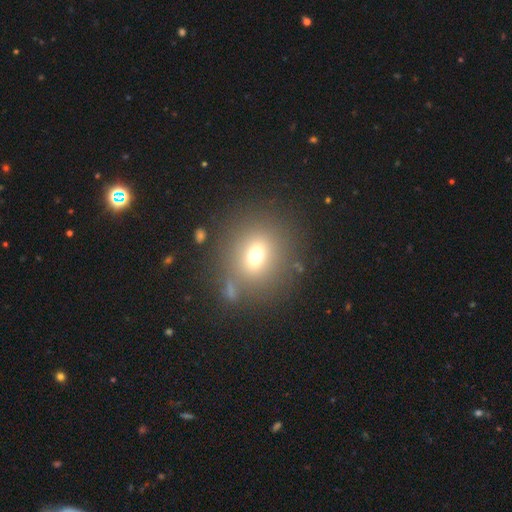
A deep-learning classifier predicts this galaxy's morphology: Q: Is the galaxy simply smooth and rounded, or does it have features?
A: smooth — 68%.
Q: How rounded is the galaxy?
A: round — 71%.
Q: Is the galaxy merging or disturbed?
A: none — 76%.